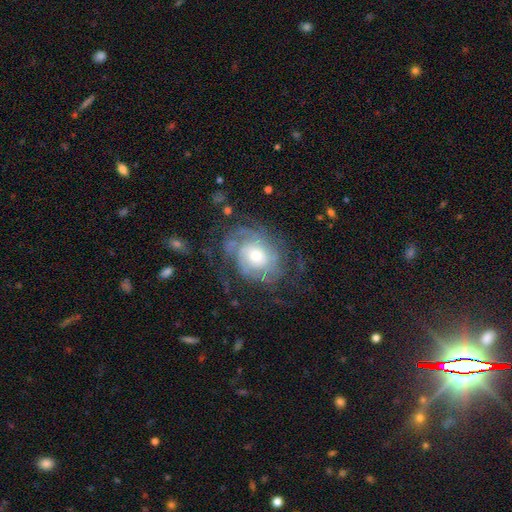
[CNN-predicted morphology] A featured or disk galaxy (83%) with no bar (74%), tight (64%) spiral arms (94%) and a moderate central bulge (51%). Merging: none (63%).